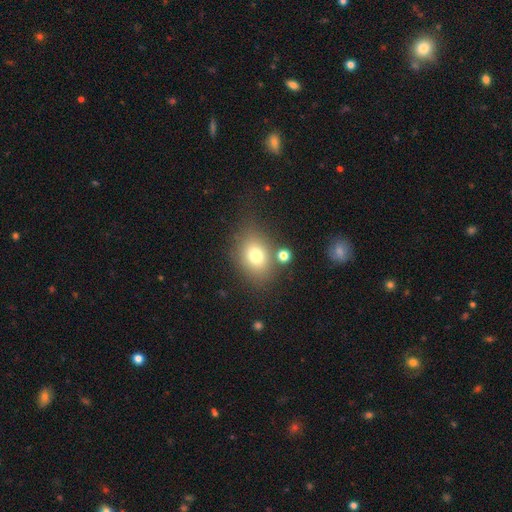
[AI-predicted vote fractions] A smooth galaxy with no disk features (75%) that is in between round and cigar-shaped (62%). Merging: none (69%).